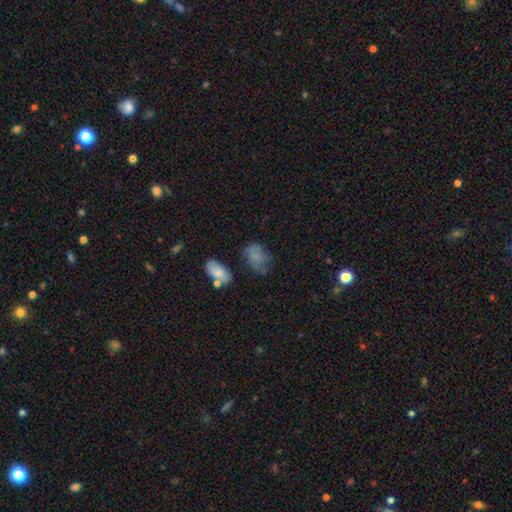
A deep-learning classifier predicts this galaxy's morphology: The model was most divided on "merging": none: 38%, minor disturbance: 30%, major disturbance: 23%, merger: 8%. More confident: how rounded — in between (81%); smooth or featured — smooth (65%).